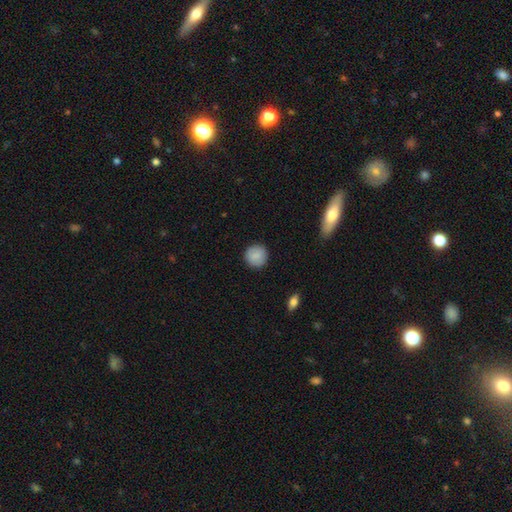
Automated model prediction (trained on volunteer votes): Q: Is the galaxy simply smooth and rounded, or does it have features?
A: smooth — 87%.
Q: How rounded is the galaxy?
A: round — 93%.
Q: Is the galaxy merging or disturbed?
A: none — 90%.